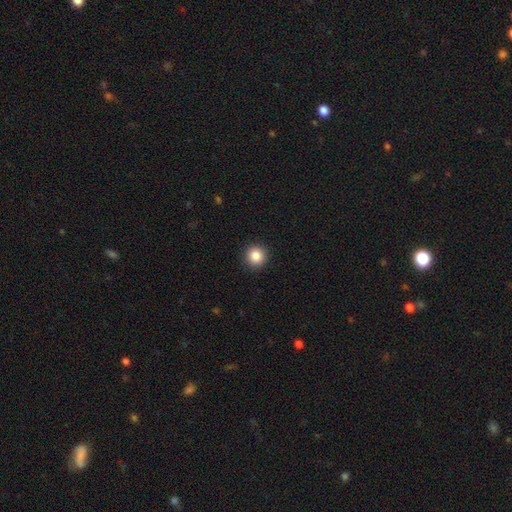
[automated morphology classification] This appears to be a smooth galaxy with no disk features (86%) that is round (94%). Merging: none (93%).